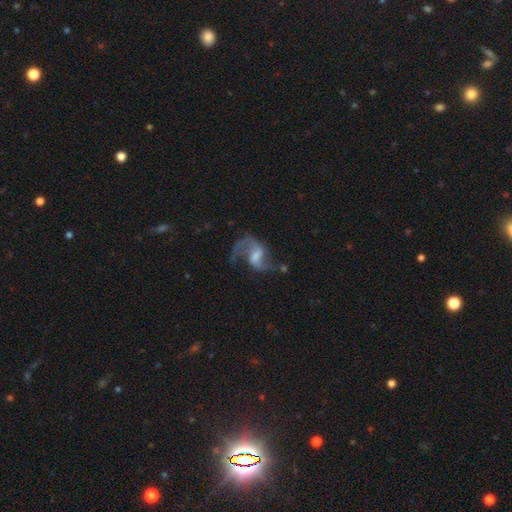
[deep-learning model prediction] smooth_or_featured: featured or disk (p=0.87) [alt: smooth p=0.07]
disk_edge_on: no (p=0.98) [alt: yes p=0.02]
bar: weak (p=0.55) [alt: no p=0.25]
has_spiral_arms: yes (p=0.96) [alt: no p=0.04]
spiral_winding: loose (p=0.65) [alt: medium p=0.31]
spiral_arm_count: 2 (p=0.90) [alt: 1 p=0.05]
bulge_size: moderate (p=0.36) [alt: small p=0.27]
merging: none (p=0.62) [alt: major disturbance p=0.17]